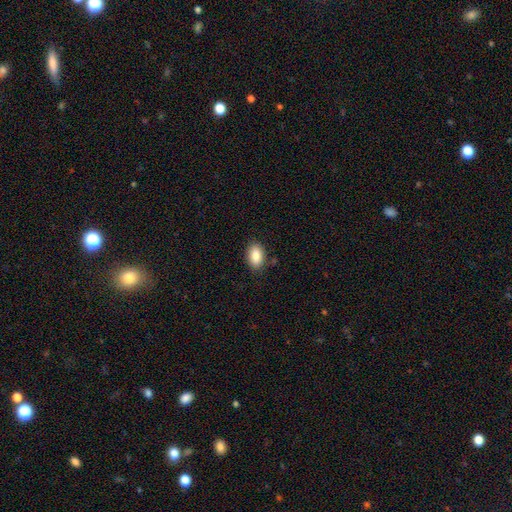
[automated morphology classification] This appears to be a smooth galaxy with no disk features (86%) that is in between round and cigar-shaped (90%). Merging: none (86%).